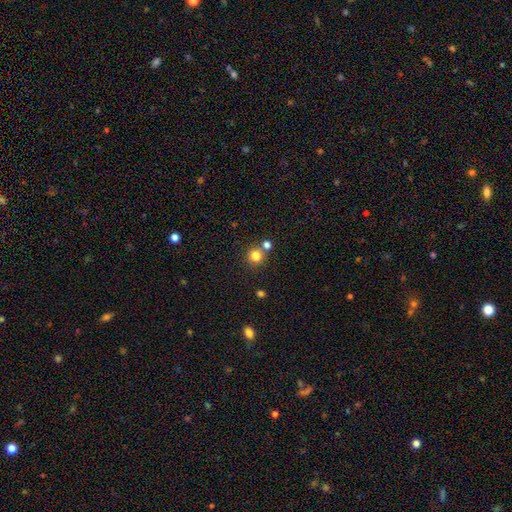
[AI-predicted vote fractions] A smooth galaxy with no disk features (81%) that is round (93%). Merging: none (70%).